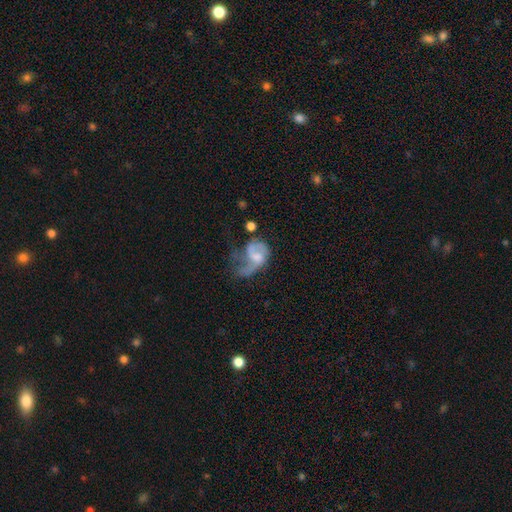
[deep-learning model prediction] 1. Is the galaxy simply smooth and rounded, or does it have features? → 61% featured or disk, 30% smooth, 8% star or artifact.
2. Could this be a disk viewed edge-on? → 97% no, 3% yes.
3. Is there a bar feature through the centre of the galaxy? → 58% no, 35% weak, 7% strong.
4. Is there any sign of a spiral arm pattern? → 70% yes, 30% no.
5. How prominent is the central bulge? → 32% none, 31% moderate, 25% small, 10% large, 2% dominant.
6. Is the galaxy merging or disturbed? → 54% major disturbance, 18% none, 18% minor disturbance, 10% merger.